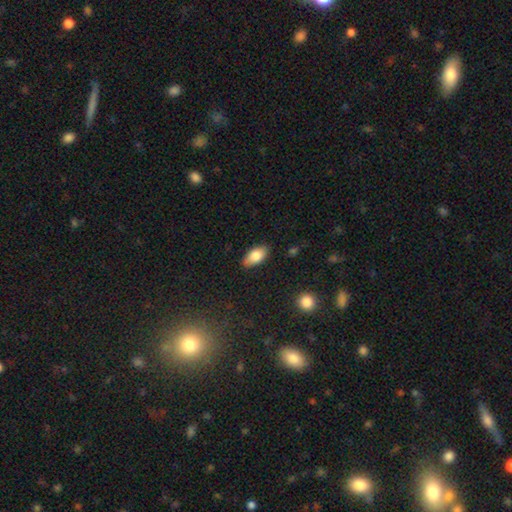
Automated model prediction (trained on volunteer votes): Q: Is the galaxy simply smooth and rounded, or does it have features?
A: smooth — 82%.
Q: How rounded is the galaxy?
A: in between — 92%.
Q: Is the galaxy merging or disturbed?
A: none — 84%.